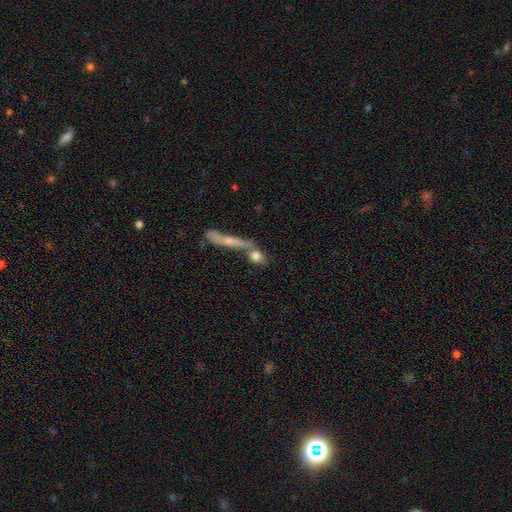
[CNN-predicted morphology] The model was most divided on "merging": none: 47%, merger: 37%, minor disturbance: 11%, major disturbance: 6%. Remaining: smooth or featured — smooth (71%); how rounded — round (44%).